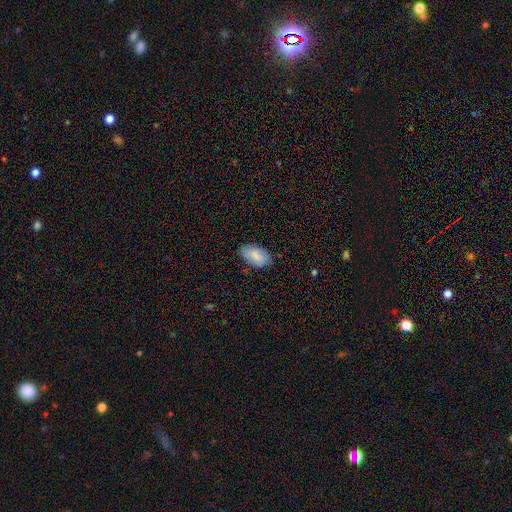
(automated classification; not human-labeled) Smooth or featured? Predicted: smooth (p=0.84). How rounded? Predicted: in between (p=0.95). Merging? Predicted: none (p=0.80).